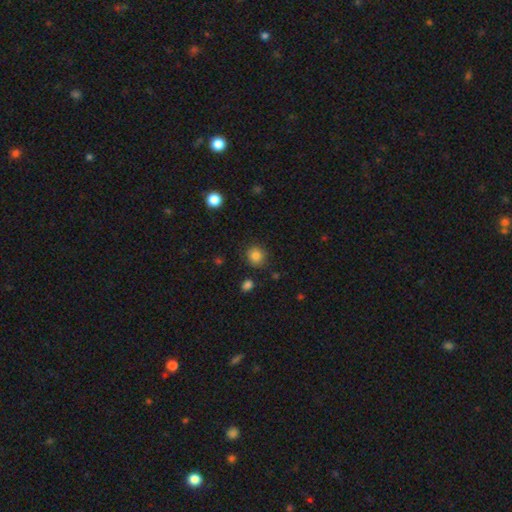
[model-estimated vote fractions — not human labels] A smooth galaxy with no disk features (84%) that is round (87%).

Vote fractions:
- Smooth or featured? smooth: 84% / star or artifact: 11% / featured or disk: 5%
- How rounded? round: 87% / in between: 12% / cigar-shaped: 1%
- Merging? none: 86% / minor disturbance: 9% / major disturbance: 3% / merger: 2%